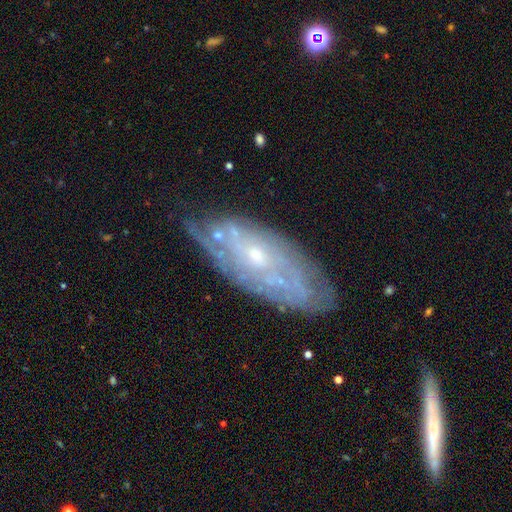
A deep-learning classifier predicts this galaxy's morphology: A featured or disk galaxy (75%) with no bar (75%), tight (67%) spiral arms (78%) and a small central bulge (68%). Merging: none (68%).